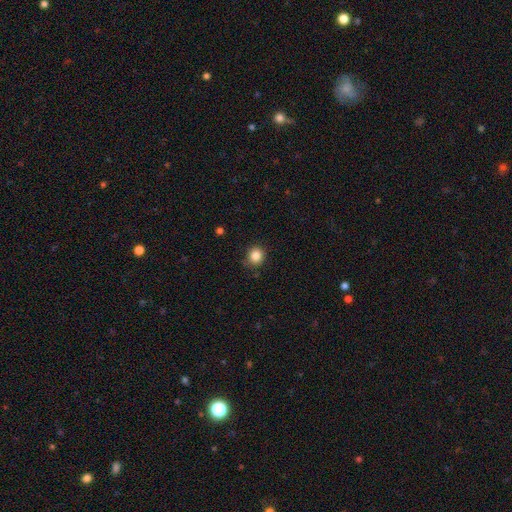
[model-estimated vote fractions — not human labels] Q: Smooth or featured?
A: smooth (86%); runner-up: star or artifact (10%)
Q: How rounded?
A: round (82%); runner-up: in between (17%)
Q: Merging?
A: none (82%); runner-up: minor disturbance (14%)